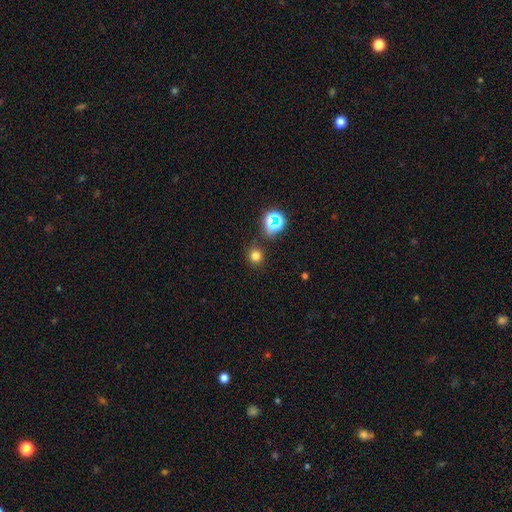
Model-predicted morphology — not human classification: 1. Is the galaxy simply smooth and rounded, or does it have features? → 73% smooth, 21% star or artifact, 6% featured or disk.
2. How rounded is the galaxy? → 91% round, 8% in between, 1% cigar-shaped.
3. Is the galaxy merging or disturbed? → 84% none, 9% minor disturbance, 4% merger, 3% major disturbance.